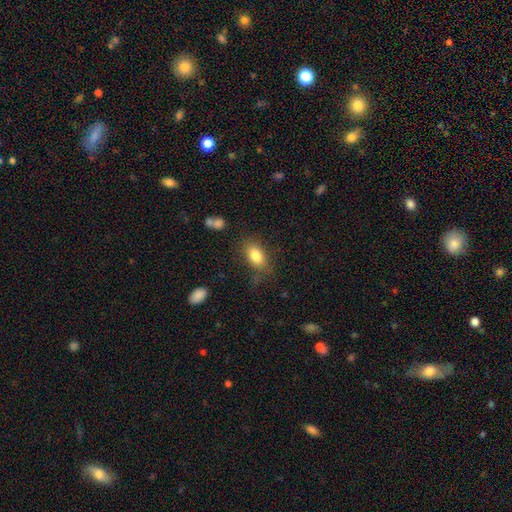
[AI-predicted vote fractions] smooth_or_featured: smooth (p=0.83) [alt: featured or disk p=0.09]
how_rounded: in between (p=0.87) [alt: round p=0.09]
merging: none (p=0.75) [alt: minor disturbance p=0.16]